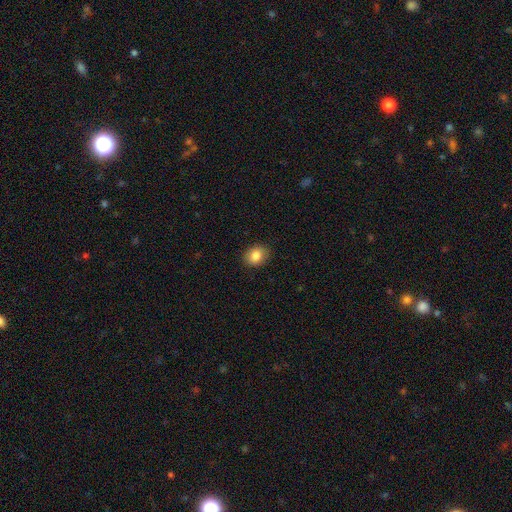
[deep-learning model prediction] smooth 85%, star or artifact 9%, featured or disk 6%. Down the decision tree: how rounded — in between (53%); merging — none (89%).